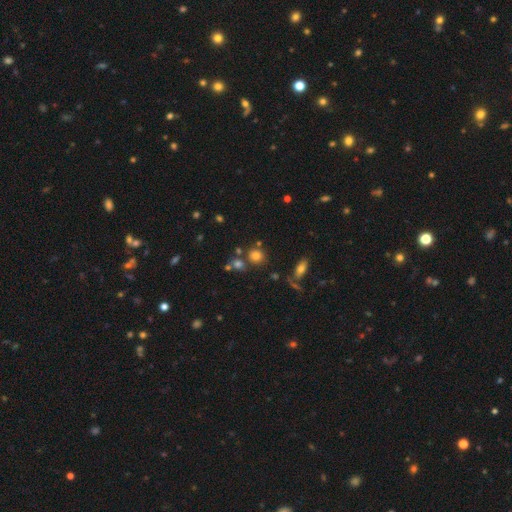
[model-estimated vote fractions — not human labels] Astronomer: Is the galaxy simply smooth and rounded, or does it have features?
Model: smooth — 75%.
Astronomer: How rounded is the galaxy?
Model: round — 85%.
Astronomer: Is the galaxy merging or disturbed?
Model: none — 75%.